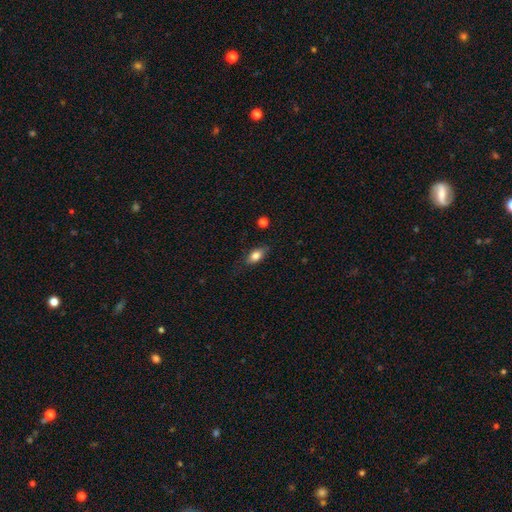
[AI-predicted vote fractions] Smooth or featured? Predicted: smooth (p=0.79). How rounded? Predicted: in between (p=0.84). Merging? Predicted: none (p=0.76).